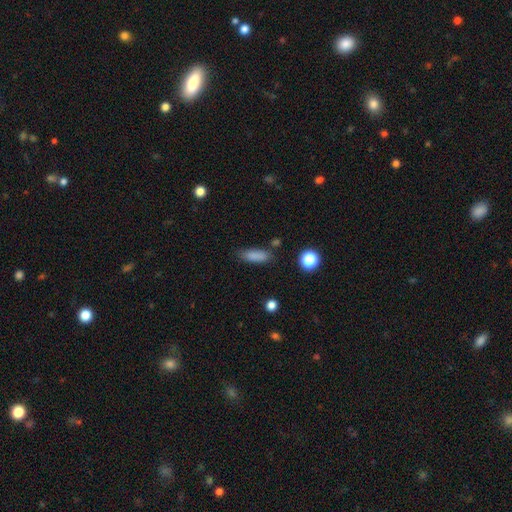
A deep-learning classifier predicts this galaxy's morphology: smooth 84%, star or artifact 10%, featured or disk 7%. Down the decision tree: how rounded — in between (59%); merging — none (75%).